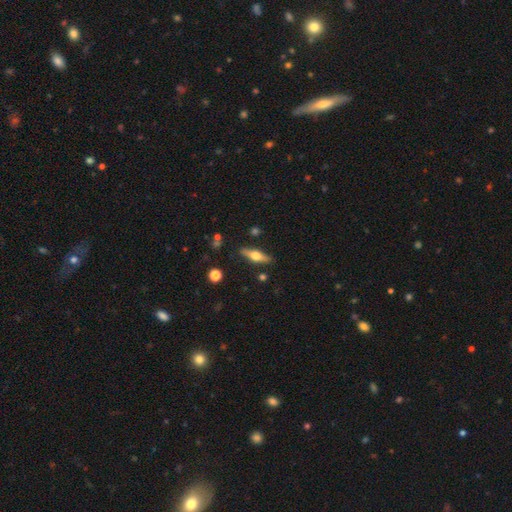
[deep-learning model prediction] A featured or disk galaxy (56%) viewed edge-on (93%) with a rounded central bulge (95%). Merging: none (86%).